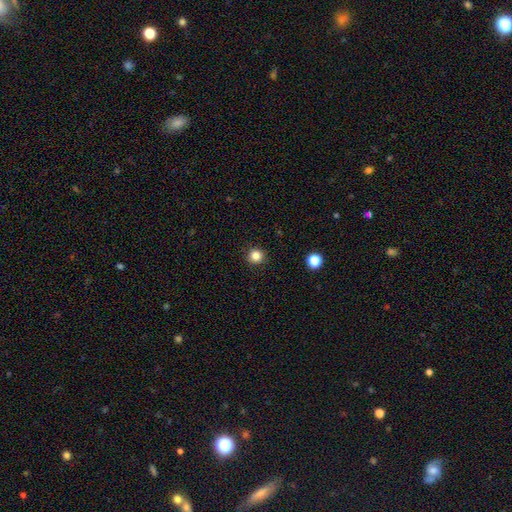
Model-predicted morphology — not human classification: smooth_or_featured: smooth (p=0.84) [alt: star or artifact p=0.12]
how_rounded: round (p=0.94) [alt: in between p=0.05]
merging: none (p=0.92) [alt: minor disturbance p=0.05]